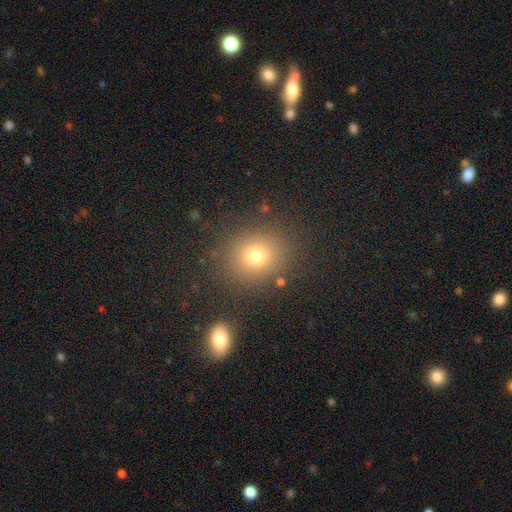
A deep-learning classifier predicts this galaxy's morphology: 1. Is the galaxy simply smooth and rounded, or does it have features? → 77% smooth, 14% star or artifact, 9% featured or disk.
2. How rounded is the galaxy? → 63% round, 36% in between, 1% cigar-shaped.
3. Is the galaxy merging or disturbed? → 83% none, 9% minor disturbance, 4% major disturbance, 4% merger.